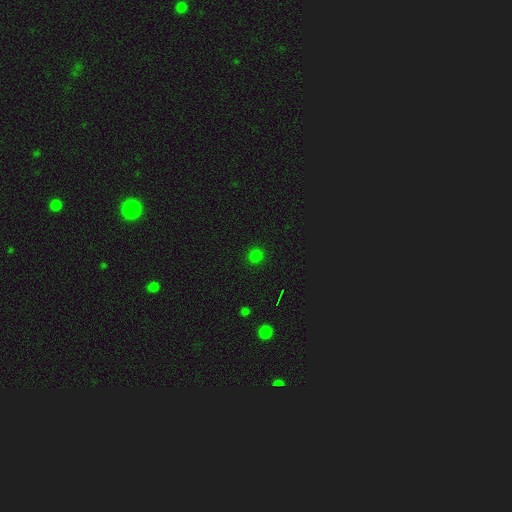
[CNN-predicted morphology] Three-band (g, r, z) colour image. It shows a smooth galaxy with no disk features (77%) that is round (90%). Merging: none (91%).